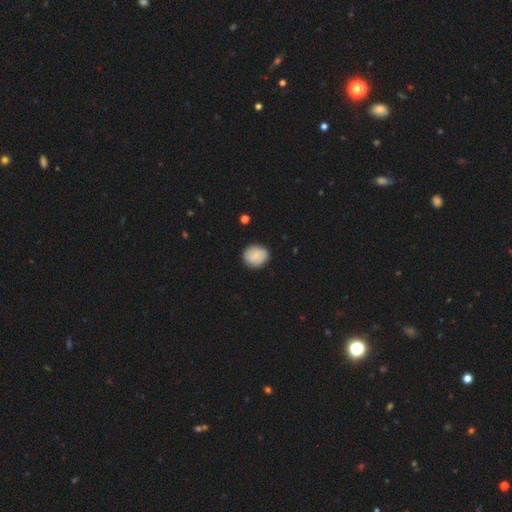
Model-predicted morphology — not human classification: Smooth or featured?
  - smooth: 82% *
  - featured or disk: 12%
  - star or artifact: 7%
How rounded?
  - round: 76% *
  - in between: 23%
  - cigar-shaped: 1%
Merging?
  - none: 85% *
  - minor disturbance: 12%
  - major disturbance: 2%
  - merger: 1%